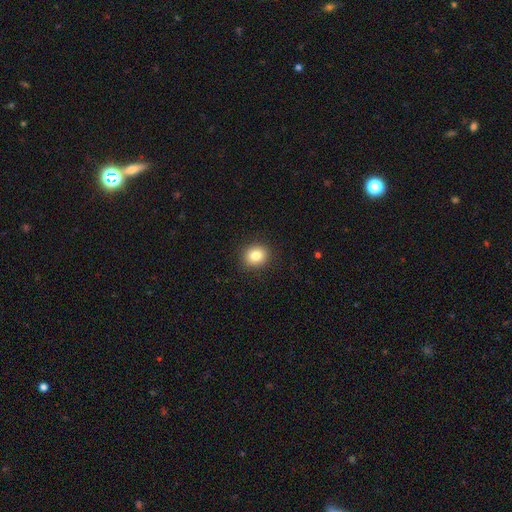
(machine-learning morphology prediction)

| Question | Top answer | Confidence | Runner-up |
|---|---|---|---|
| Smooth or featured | smooth | 84% | star or artifact (10%) |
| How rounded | round | 76% | in between (23%) |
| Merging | none | 90% | minor disturbance (7%) |